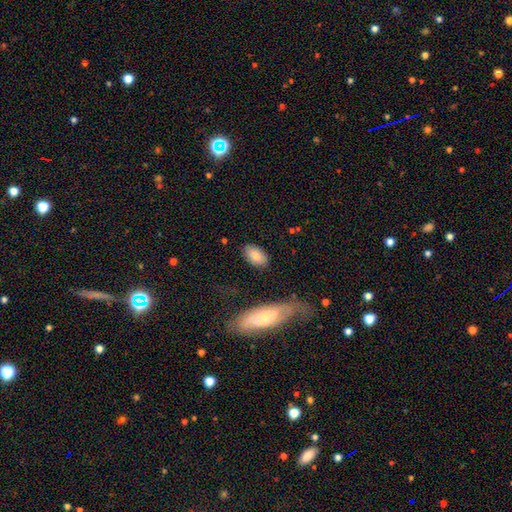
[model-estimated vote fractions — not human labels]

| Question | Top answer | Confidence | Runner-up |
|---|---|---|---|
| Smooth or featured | smooth | 80% | featured or disk (13%) |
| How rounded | in between | 92% | round (5%) |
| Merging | none | 80% | minor disturbance (13%) |